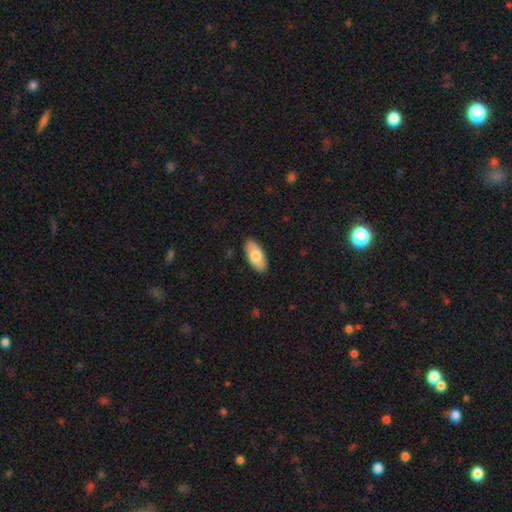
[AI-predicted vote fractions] smooth 79%, featured or disk 16%, star or artifact 5%. Down the decision tree: how rounded — in between (90%); merging — none (88%).